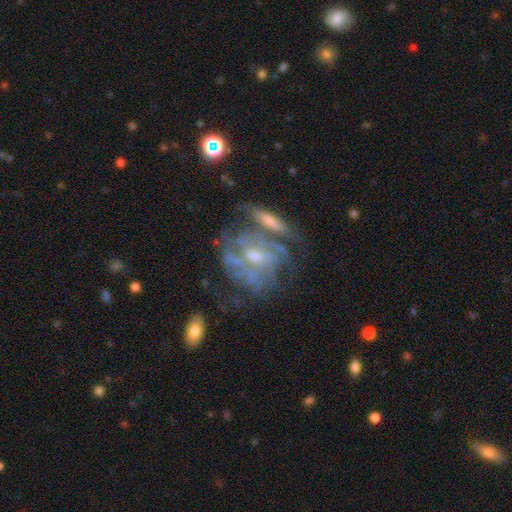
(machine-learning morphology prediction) Smooth or featured? Predicted: featured or disk (p=0.76). Edge-on disk? Predicted: no (p=0.95). Bar? Predicted: no (p=0.58). Spiral arms? Predicted: yes (p=0.67). Bulge size? Predicted: small (p=0.51). Merging? Predicted: none (p=0.42).